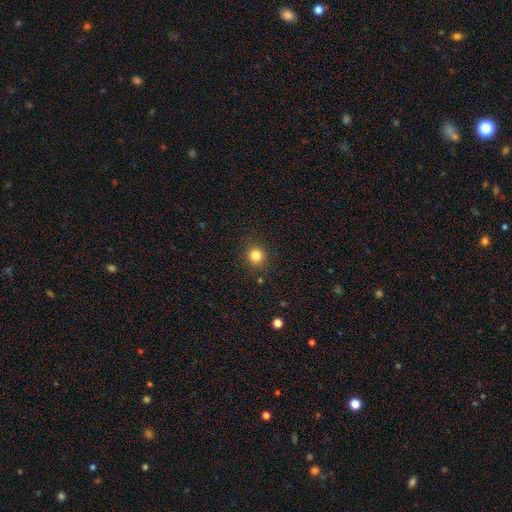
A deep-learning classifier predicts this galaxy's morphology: Overall: smooth (82%). How rounded: round (90%). Merging: none (89%).